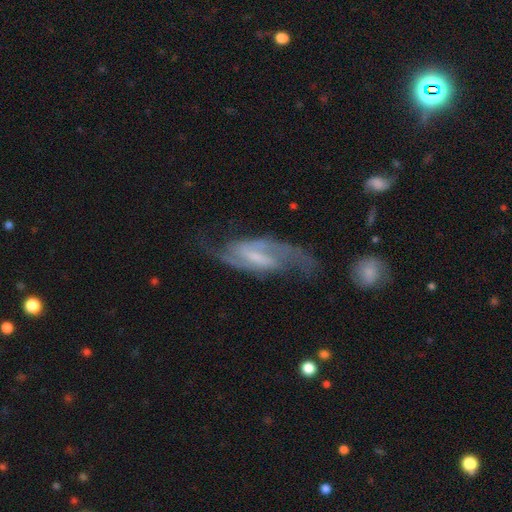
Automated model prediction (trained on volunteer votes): smooth_or_featured: featured or disk (p=0.87) [alt: smooth p=0.07]
disk_edge_on: no (p=0.94) [alt: yes p=0.06]
bar: strong (p=0.44) [alt: weak p=0.43]
has_spiral_arms: yes (p=0.96) [alt: no p=0.04]
spiral_winding: medium (p=0.46) [alt: loose p=0.40]
spiral_arm_count: 2 (p=0.91) [alt: can't tell p=0.03]
bulge_size: small (p=0.48) [alt: none p=0.26]
merging: none (p=0.68) [alt: minor disturbance p=0.17]